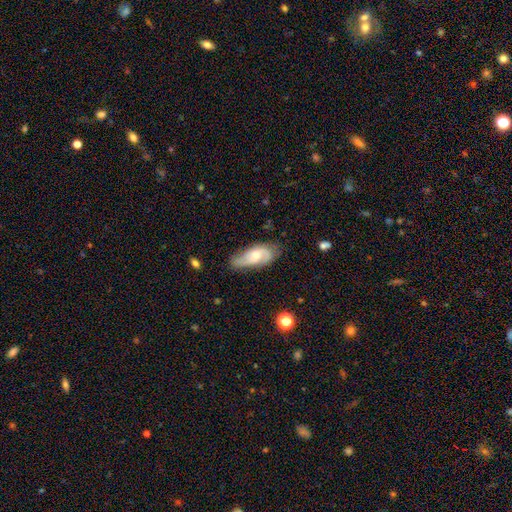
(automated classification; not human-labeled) Overall: featured or disk (64%; smooth 30%). Edge-on disk: no (91%). Bar: no (62%; weak 32%). Spiral arms: yes (90%). Spiral arm count: 2 (69%). Spiral winding: medium (46%; loose 28%). Bulge size: moderate (56%; small 32%). Merging: none (64%; minor disturbance 26%).